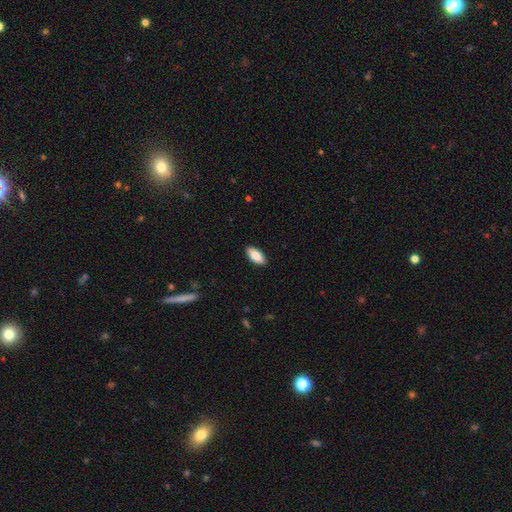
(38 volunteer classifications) smooth_or_featured: smooth (p=0.95) [alt: star or artifact p=0.05]
how_rounded: in between (p=0.83) [alt: cigar-shaped p=0.11]
merging: none (p=0.92) [alt: minor disturbance p=0.06]